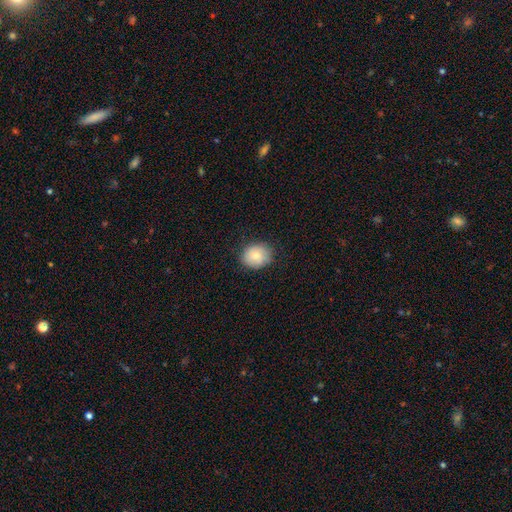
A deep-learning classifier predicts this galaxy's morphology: Overall: smooth (80%). How rounded: round (60%; in between 39%). Merging: none (82%).